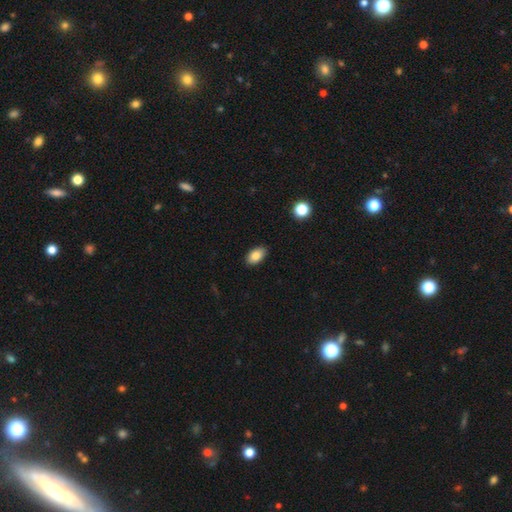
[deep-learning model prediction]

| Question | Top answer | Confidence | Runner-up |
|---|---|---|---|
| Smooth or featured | smooth | 86% | star or artifact (8%) |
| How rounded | in between | 93% | round (6%) |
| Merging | none | 88% | minor disturbance (9%) |